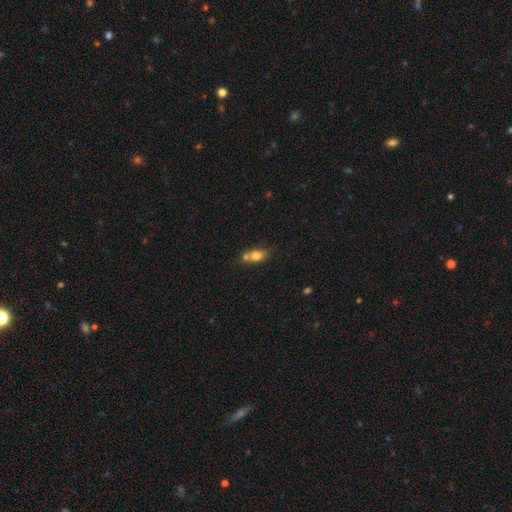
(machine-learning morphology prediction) type=smooth (74%); roundness=in between (68%); merging=merger (41%).